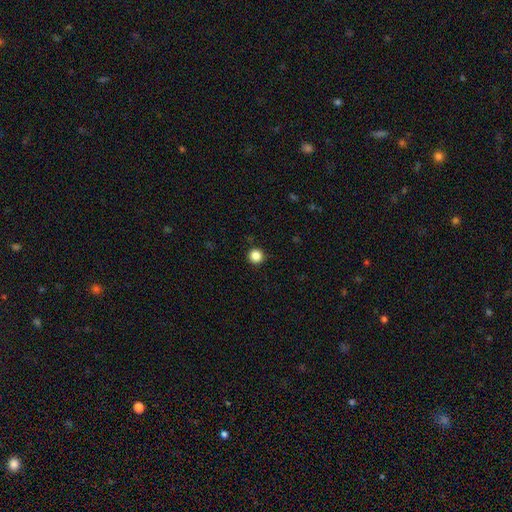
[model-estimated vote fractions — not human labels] smooth 86%, star or artifact 11%, featured or disk 3%. Down the decision tree: how rounded — round (96%); merging — none (92%).